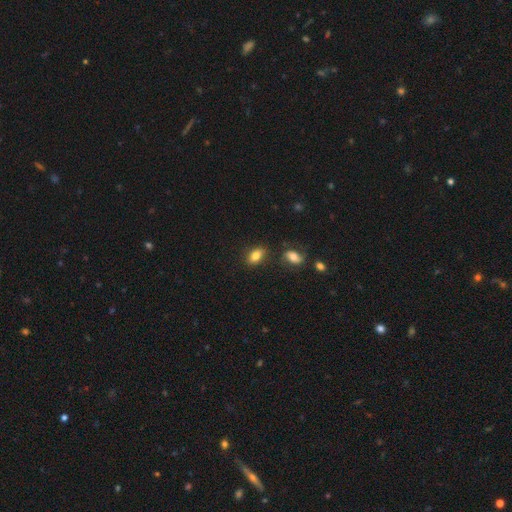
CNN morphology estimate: Overall: smooth (81%). How rounded: in between (87%). Merging: none (81%).